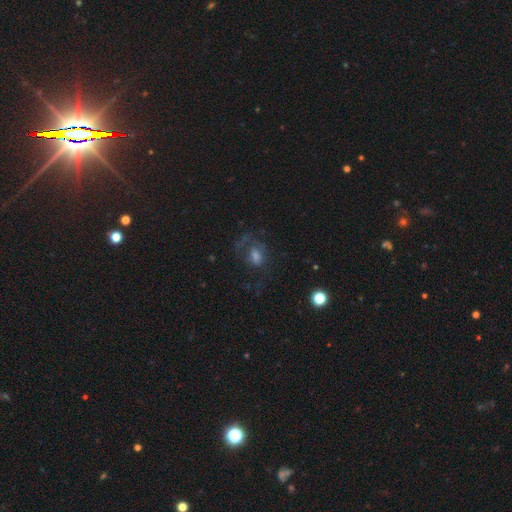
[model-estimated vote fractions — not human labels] The model was most divided on "smooth or featured": featured or disk: 43%, smooth: 37%, star or artifact: 20%. Remaining: merging — none (44%).